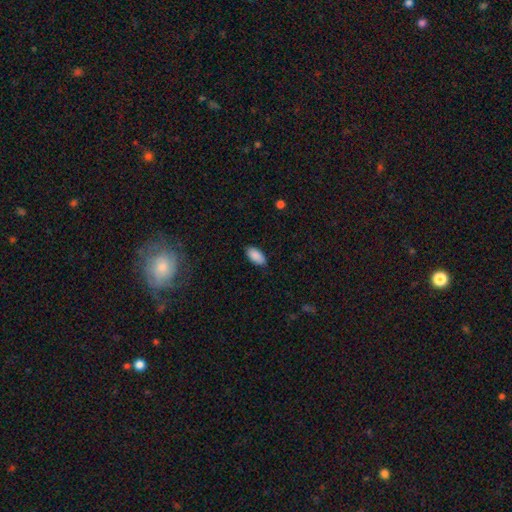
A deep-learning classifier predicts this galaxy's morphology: Smooth or featured? smooth (90%)
How rounded? in between (93%)
Merging? none (85%)